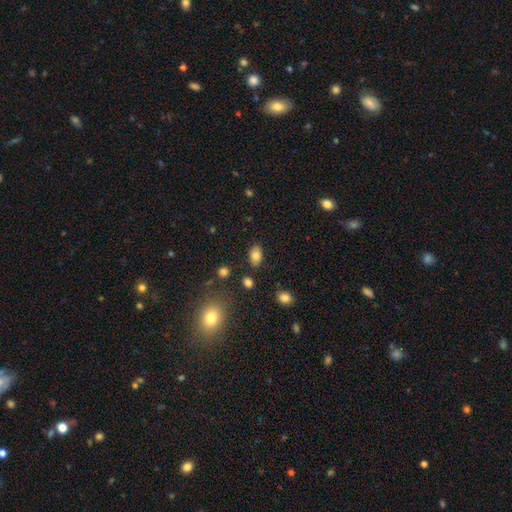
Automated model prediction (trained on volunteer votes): smooth-or-featured: smooth: 80% | featured or disk: 10% | star or artifact: 9%
  how-rounded: in between: 86% | round: 12% | cigar-shaped: 1%
  merging: none: 84% | minor disturbance: 11% | merger: 3% | major disturbance: 3%